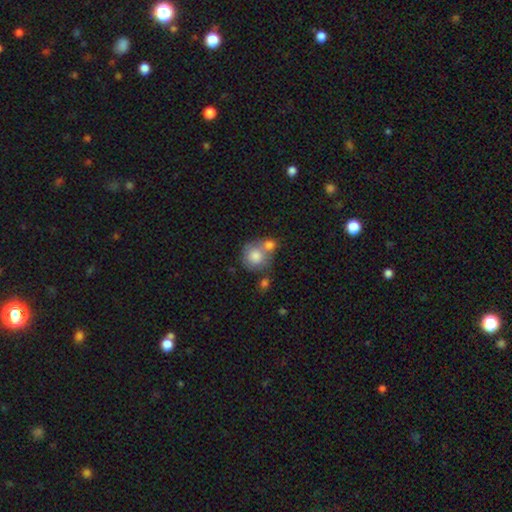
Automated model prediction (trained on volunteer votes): smooth-or-featured: smooth: 79% | featured or disk: 13% | star or artifact: 8%
  how-rounded: round: 85% | in between: 14% | cigar-shaped: 1%
  merging: merger: 45% | none: 38% | minor disturbance: 12% | major disturbance: 5%